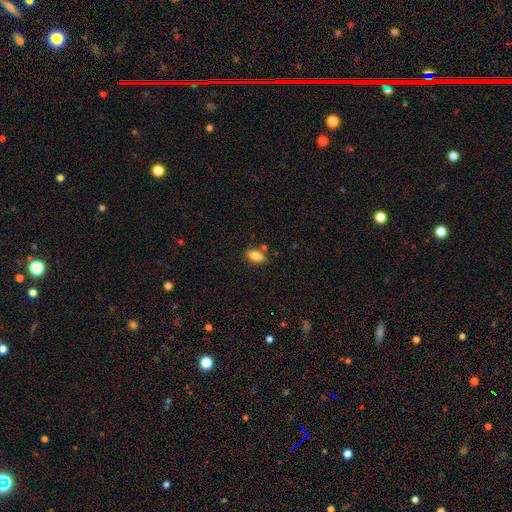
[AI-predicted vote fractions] smooth_or_featured: smooth (p=0.84) [alt: star or artifact p=0.09]
how_rounded: in between (p=0.88) [alt: cigar-shaped p=0.07]
merging: none (p=0.77) [alt: minor disturbance p=0.13]